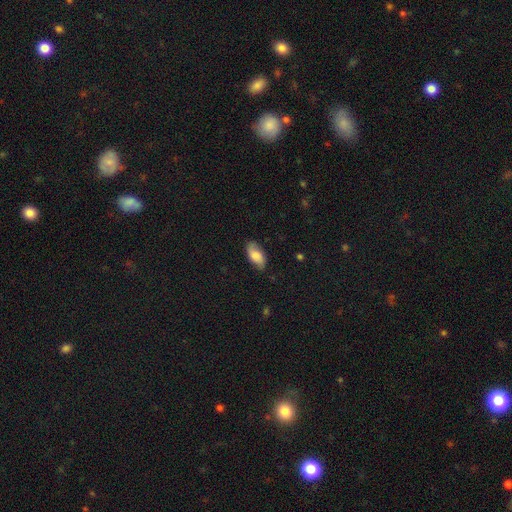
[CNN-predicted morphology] A smooth galaxy with no disk features (68%) that is in between round and cigar-shaped (92%).

Vote fractions:
- Smooth or featured? smooth: 68% / featured or disk: 25% / star or artifact: 8%
- How rounded? in between: 92% / cigar-shaped: 5% / round: 3%
- Merging? none: 76% / minor disturbance: 19% / major disturbance: 4% / merger: 1%